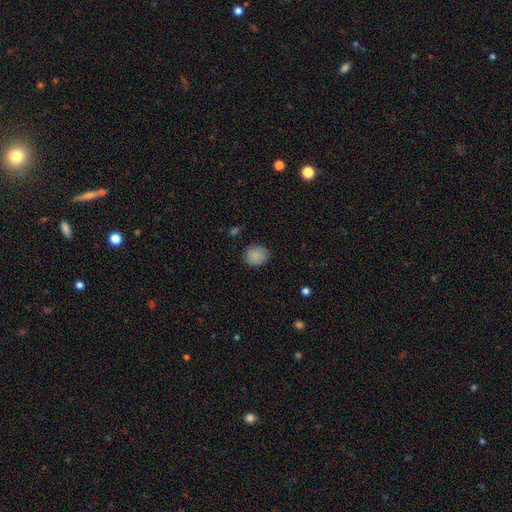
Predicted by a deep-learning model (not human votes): smooth_or_featured: smooth (p=0.88) [alt: star or artifact p=0.08]
how_rounded: round (p=0.80) [alt: in between p=0.19]
merging: none (p=0.84) [alt: minor disturbance p=0.12]